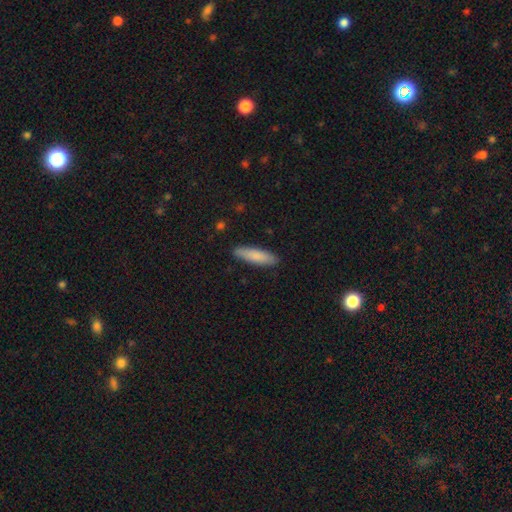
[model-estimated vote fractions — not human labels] smooth_or_featured: smooth (p=0.83) [alt: featured or disk p=0.11]
how_rounded: cigar-shaped (p=0.71) [alt: in between p=0.27]
merging: none (p=0.88) [alt: minor disturbance p=0.09]